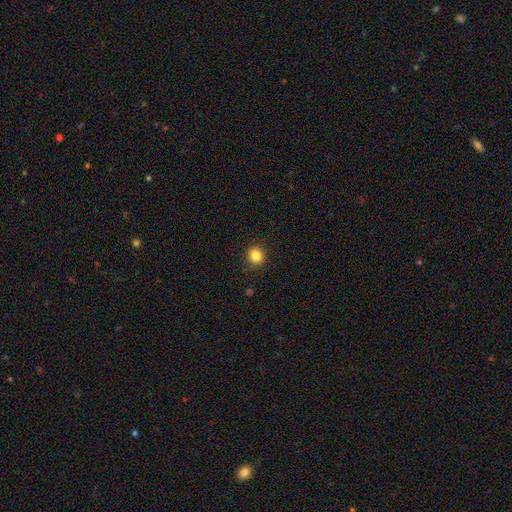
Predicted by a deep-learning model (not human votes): smooth_or_featured: smooth (p=0.85) [alt: star or artifact p=0.11]
how_rounded: round (p=0.79) [alt: in between p=0.20]
merging: none (p=0.90) [alt: minor disturbance p=0.07]